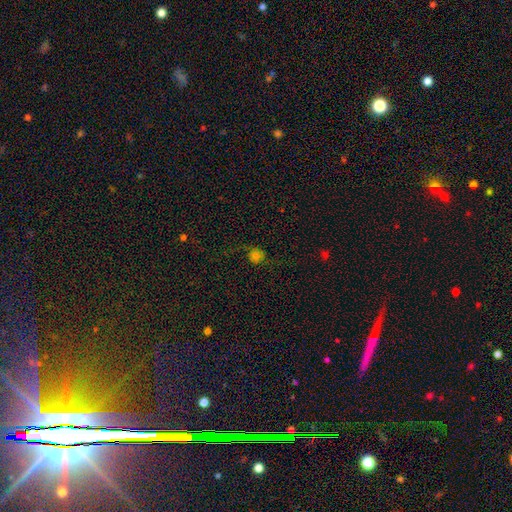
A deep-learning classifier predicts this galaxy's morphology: Smooth or featured? Predicted: smooth (p=0.65). How rounded? Predicted: round (p=0.85). Merging? Predicted: none (p=0.64).